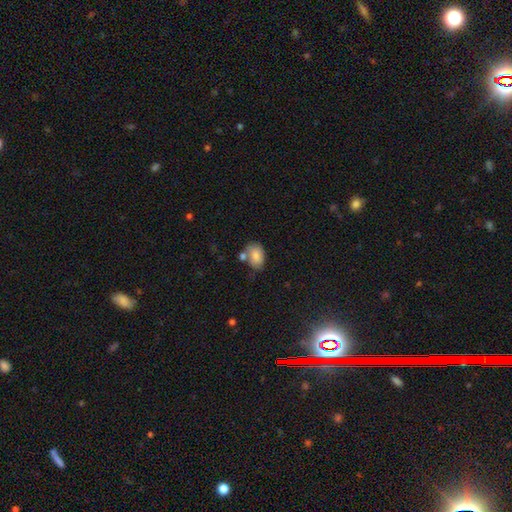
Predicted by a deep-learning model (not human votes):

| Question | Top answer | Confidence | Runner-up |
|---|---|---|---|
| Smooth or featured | smooth | 81% | featured or disk (11%) |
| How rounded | in between | 81% | round (18%) |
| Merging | none | 53% | minor disturbance (21%) |